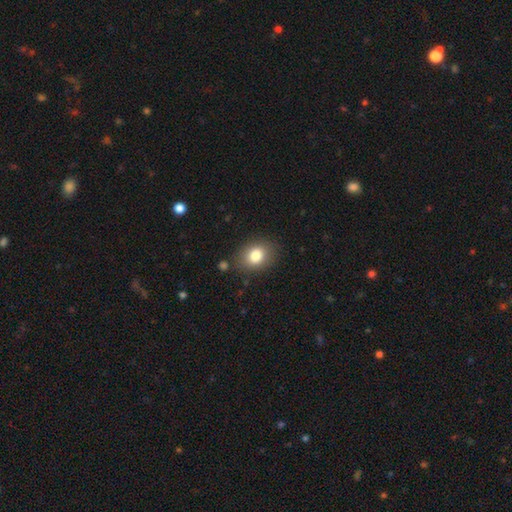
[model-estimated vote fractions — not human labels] Q: Smooth or featured?
A: smooth (81%); runner-up: star or artifact (10%)
Q: How rounded?
A: in between (56%); runner-up: round (43%)
Q: Merging?
A: none (82%); runner-up: minor disturbance (12%)